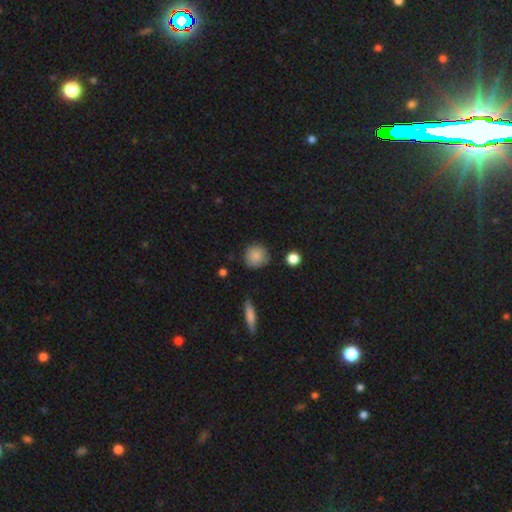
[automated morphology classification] Smooth or featured? smooth (85%)
How rounded? round (90%)
Merging? none (81%)